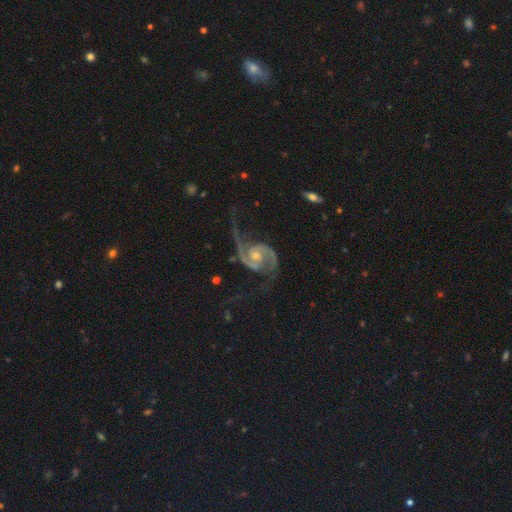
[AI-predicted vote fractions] Smooth or featured: featured or disk — 93% (star or artifact — 4%)
Edge-on disk: no — 98% (yes — 2%)
Bar: no — 64% (weak — 28%)
Spiral arms: yes — 98% (no — 2%)
Spiral winding: medium — 51% (loose — 31%)
Spiral arm count: 2 — 92% (3 — 2%)
Bulge size: moderate — 52% (small — 42%)
Merging: none — 63% (minor disturbance — 18%)